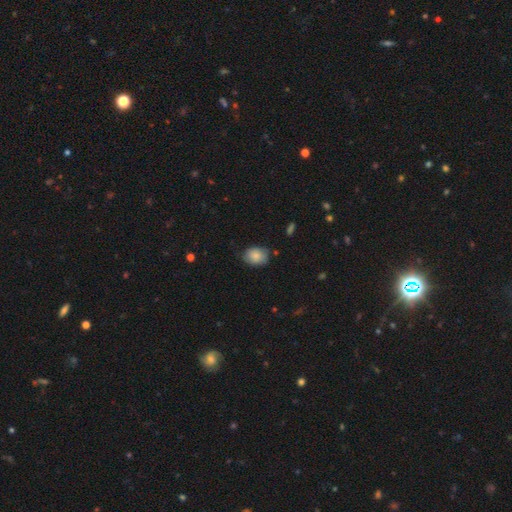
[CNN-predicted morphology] smooth_or_featured: smooth (p=0.83) [alt: featured or disk p=0.10]
how_rounded: in between (p=0.63) [alt: round p=0.36]
merging: none (p=0.73) [alt: minor disturbance p=0.21]